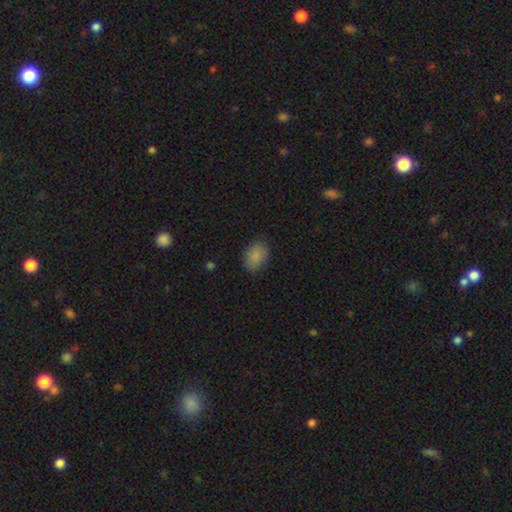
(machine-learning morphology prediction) smooth 86%, star or artifact 9%, featured or disk 5%. Down the decision tree: how rounded — in between (73%); merging — none (81%).